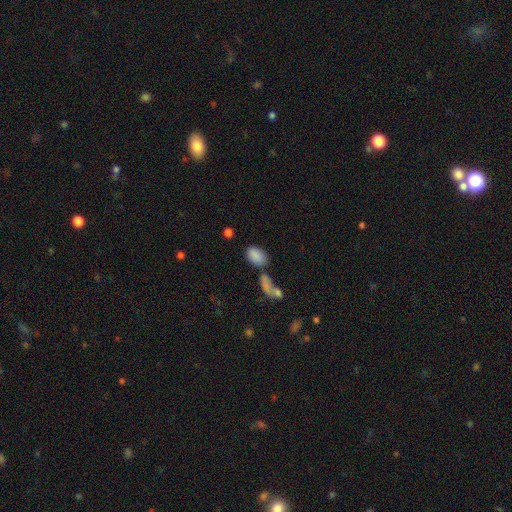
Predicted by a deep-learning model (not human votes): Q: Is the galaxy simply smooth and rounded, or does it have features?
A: smooth — 84%.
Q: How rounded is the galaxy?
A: in between — 90%.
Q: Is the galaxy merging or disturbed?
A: none — 56%.